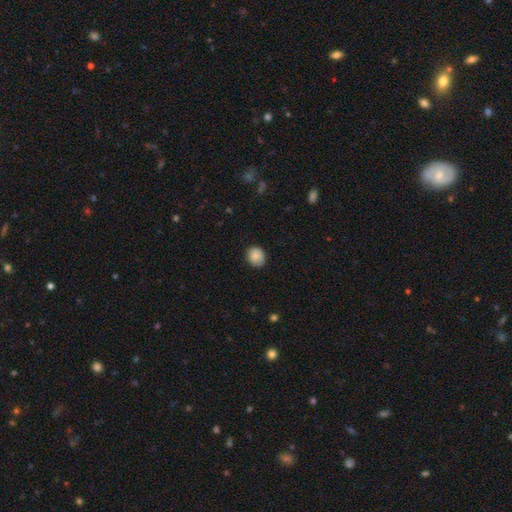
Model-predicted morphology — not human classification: type=smooth (86%); roundness=round (64%); merging=none (81%).